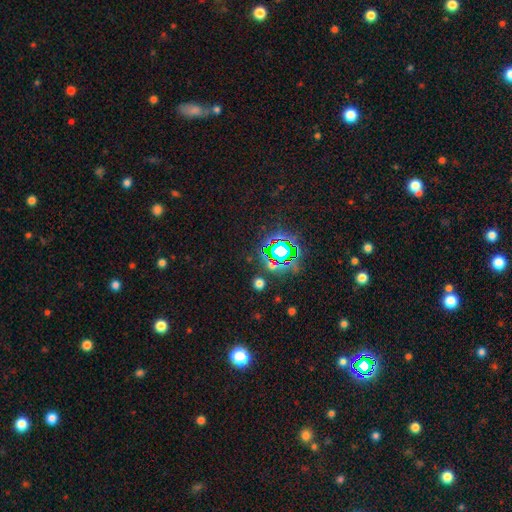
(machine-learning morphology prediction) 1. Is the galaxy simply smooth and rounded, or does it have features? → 79% star or artifact, 14% smooth, 8% featured or disk.